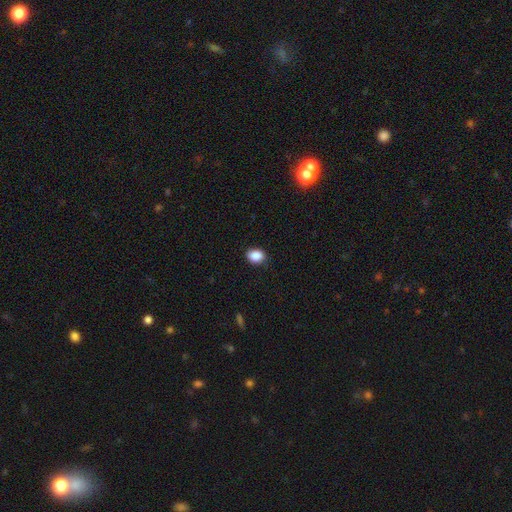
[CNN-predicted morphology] The model was most divided on "how rounded": in between: 56%, round: 43%, cigar-shaped: 1%. More confident: smooth or featured — smooth (88%); merging — none (87%).